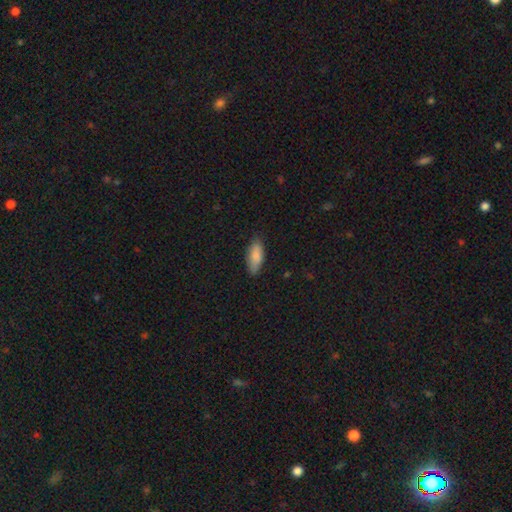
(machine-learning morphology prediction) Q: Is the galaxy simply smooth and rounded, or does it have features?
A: smooth — 86%.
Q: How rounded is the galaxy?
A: in between — 77%.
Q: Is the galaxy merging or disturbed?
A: none — 79%.